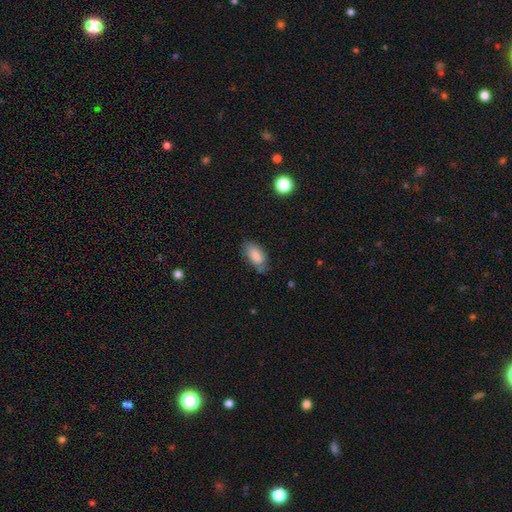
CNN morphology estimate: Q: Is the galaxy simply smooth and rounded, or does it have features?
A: smooth — 84%.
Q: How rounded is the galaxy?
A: in between — 92%.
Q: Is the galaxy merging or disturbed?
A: none — 70%.